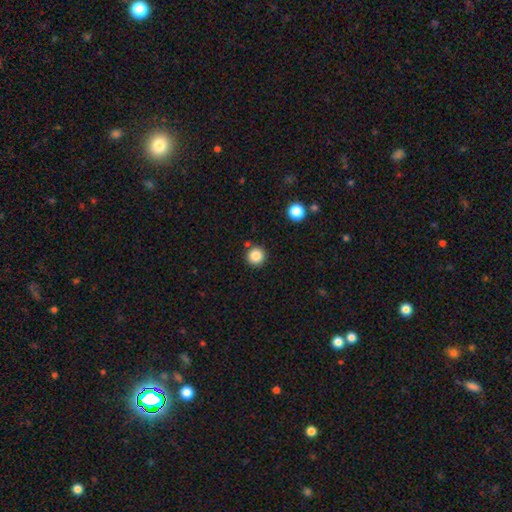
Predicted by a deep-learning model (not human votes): smooth 85%, star or artifact 11%, featured or disk 4%. Down the decision tree: how rounded — round (96%); merging — none (89%).